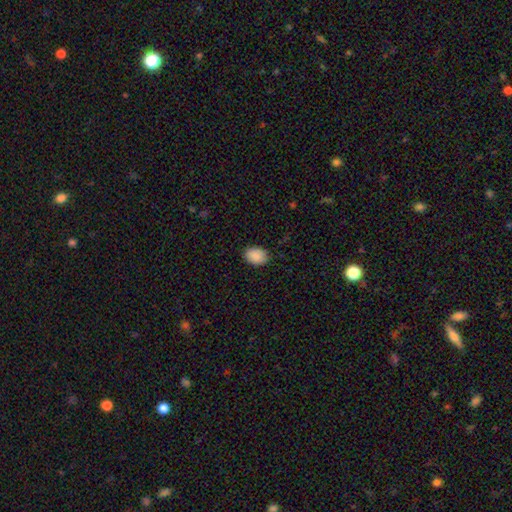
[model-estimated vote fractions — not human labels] The model was most divided on "how rounded": in between: 78%, round: 21%, cigar-shaped: 1%. More confident: smooth or featured — smooth (90%); merging — none (86%).